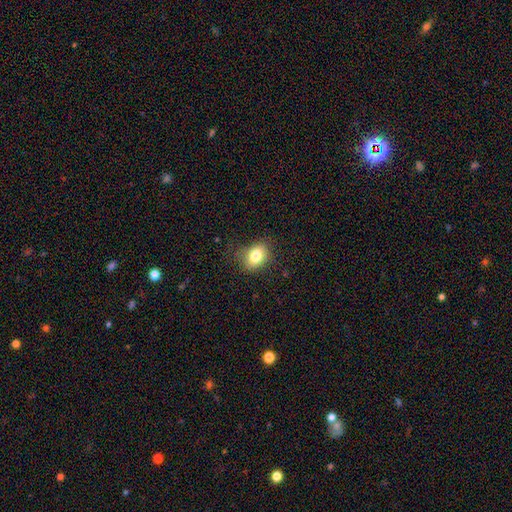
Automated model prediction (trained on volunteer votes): This is clearly a smooth galaxy (80%). How rounded: likely in between (71%). Merging: likely none (76%).